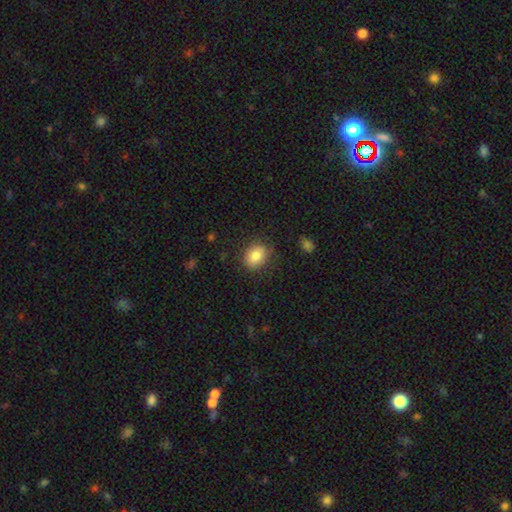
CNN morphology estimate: Smooth or featured?
  - smooth: 82% *
  - star or artifact: 9%
  - featured or disk: 9%
How rounded?
  - in between: 54% *
  - round: 45%
  - cigar-shaped: 1%
Merging?
  - none: 81% *
  - minor disturbance: 14%
  - major disturbance: 4%
  - merger: 1%